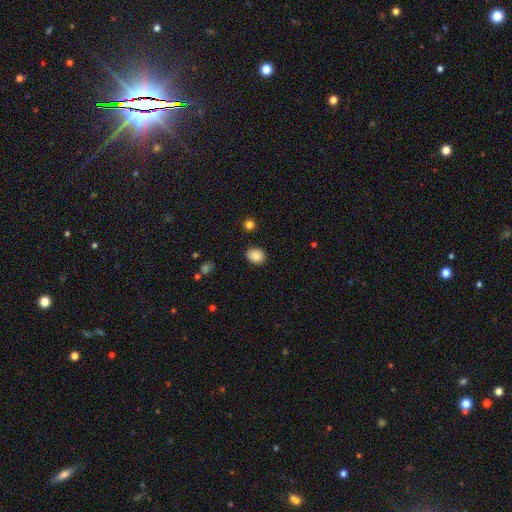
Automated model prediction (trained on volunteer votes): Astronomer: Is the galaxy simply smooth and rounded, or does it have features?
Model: smooth — 87%.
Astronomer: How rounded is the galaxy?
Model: round — 52% (runner-up: in between, 47%).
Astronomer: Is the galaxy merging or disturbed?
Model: none — 88%.